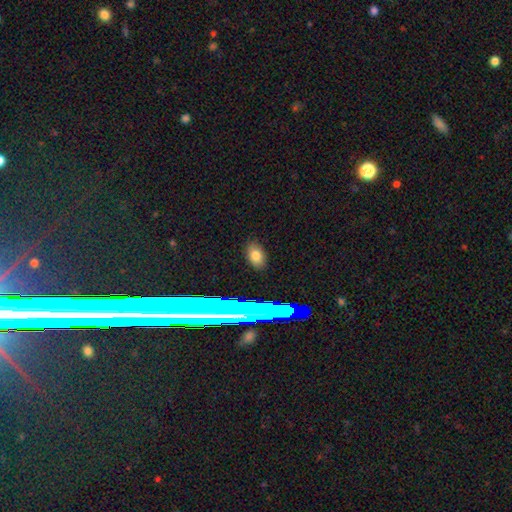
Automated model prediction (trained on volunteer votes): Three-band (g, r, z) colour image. It shows a smooth galaxy with no disk features (78%) that is in between round and cigar-shaped (85%). Merging: none (87%).